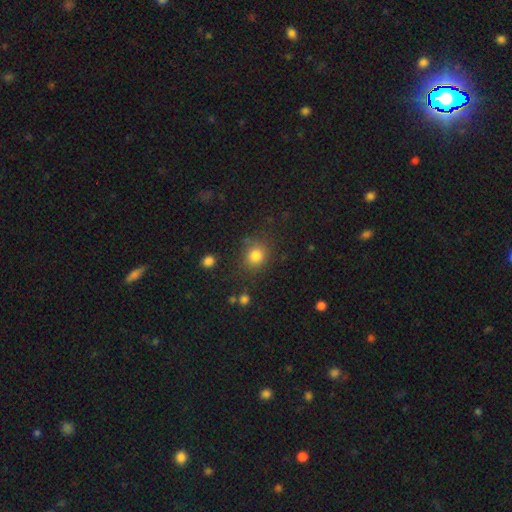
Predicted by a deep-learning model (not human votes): Smooth or featured? Predicted: smooth (p=0.82). How rounded? Predicted: round (p=0.78). Merging? Predicted: none (p=0.78).